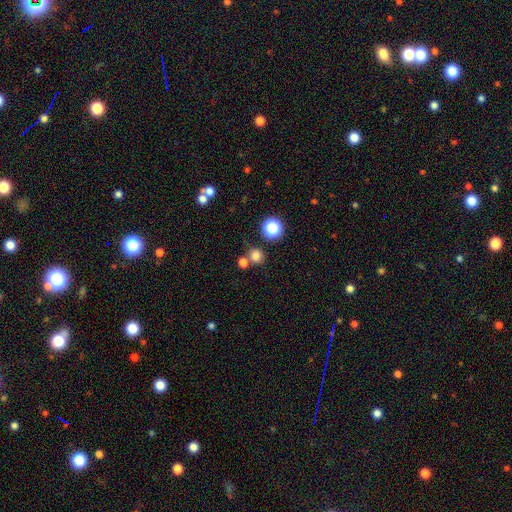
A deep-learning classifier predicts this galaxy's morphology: Smooth or featured? Predicted: smooth (p=0.76). How rounded? Predicted: round (p=0.86). Merging? Predicted: none (p=0.66).